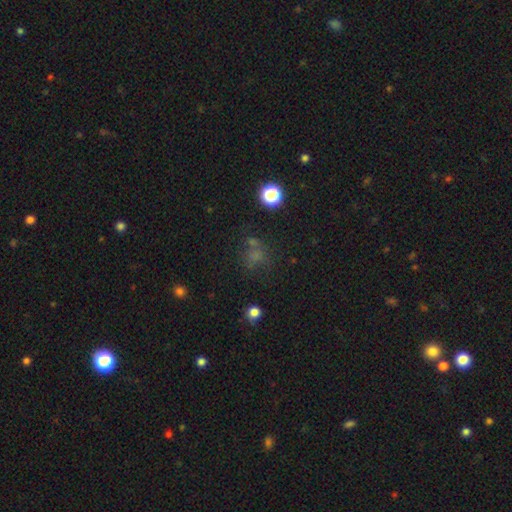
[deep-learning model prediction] Smooth or featured? smooth (57%)
How rounded? round (74%)
Merging? none (56%)